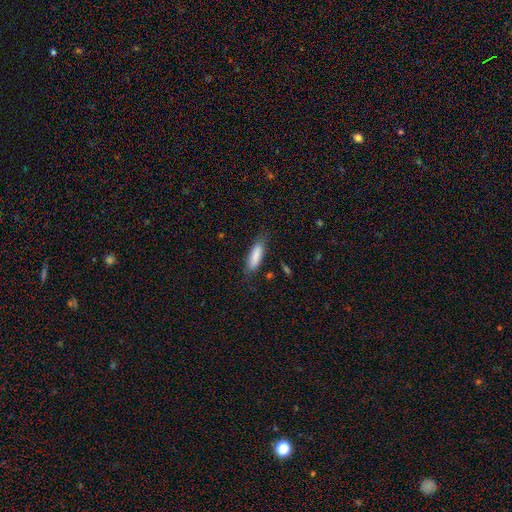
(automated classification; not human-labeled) Smooth or featured? smooth (84%)
How rounded? cigar-shaped (54%)
Merging? none (75%)